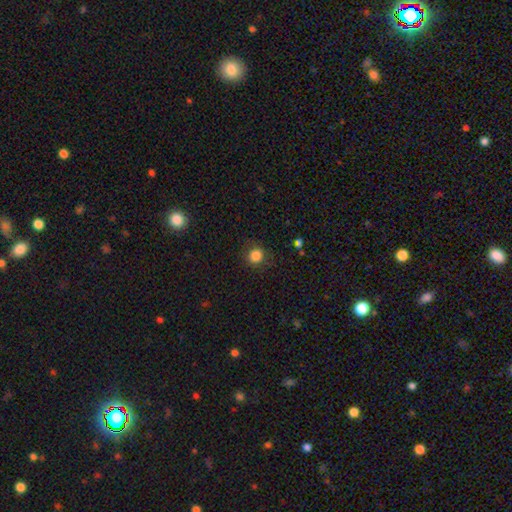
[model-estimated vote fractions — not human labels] Overall: smooth (84%). How rounded: round (88%). Merging: none (85%).